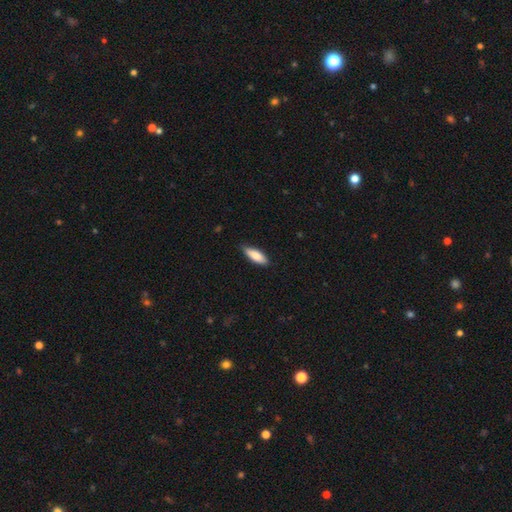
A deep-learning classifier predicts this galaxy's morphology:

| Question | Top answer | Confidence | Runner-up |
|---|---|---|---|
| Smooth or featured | smooth | 81% | featured or disk (14%) |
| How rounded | in between | 62% | cigar-shaped (36%) |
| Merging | none | 80% | minor disturbance (17%) |